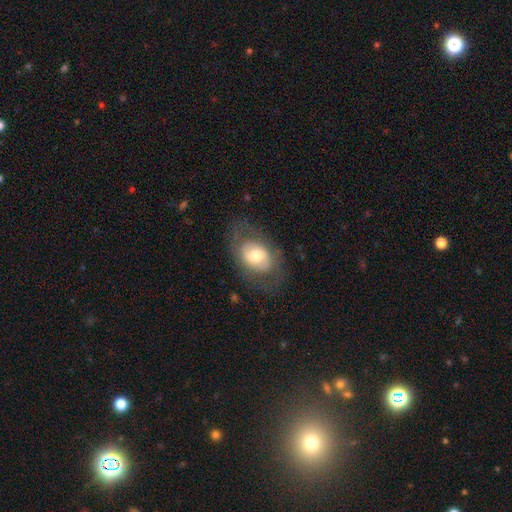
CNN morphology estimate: type=smooth (51%); roundness=in between (79%); merging=none (71%).